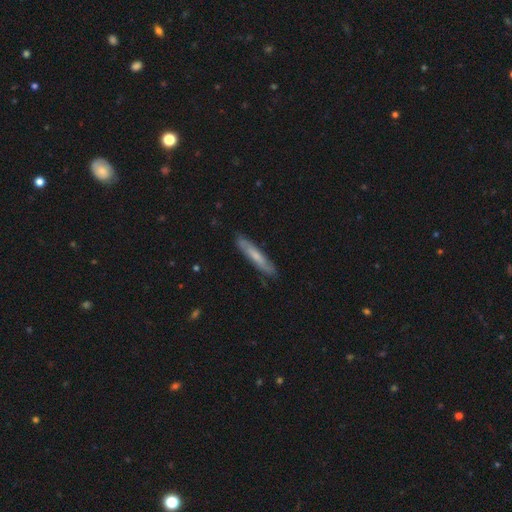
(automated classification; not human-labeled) smooth-or-featured: smooth: 54% | featured or disk: 40% | star or artifact: 6%
  how-rounded: cigar-shaped: 92% | in between: 7% | round: 1%
  merging: none: 85% | minor disturbance: 12% | major disturbance: 2% | merger: 1%